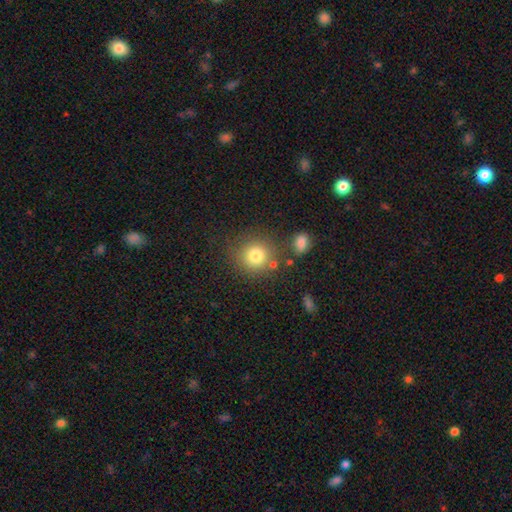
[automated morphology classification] Smooth or featured? smooth (80%)
How rounded? round (90%)
Merging? none (76%)